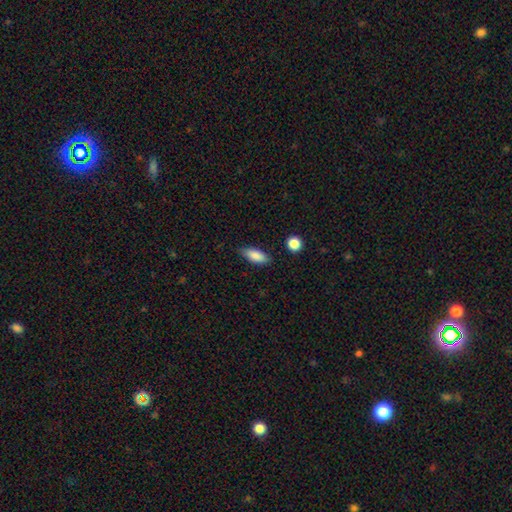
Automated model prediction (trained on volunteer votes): Smooth or featured?
  - smooth: 86% *
  - star or artifact: 7%
  - featured or disk: 7%
How rounded?
  - in between: 80% *
  - cigar-shaped: 17%
  - round: 3%
Merging?
  - none: 82% *
  - minor disturbance: 14%
  - major disturbance: 3%
  - merger: 2%